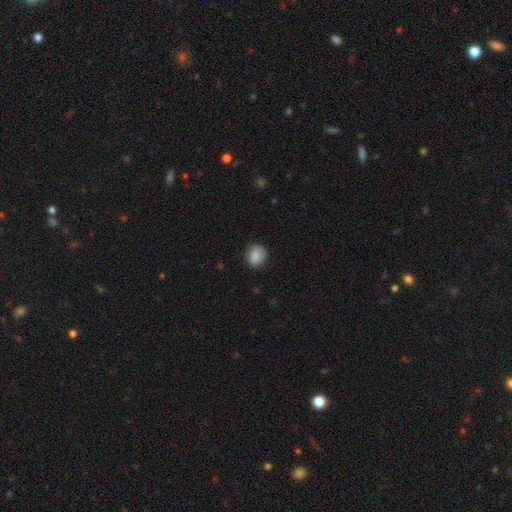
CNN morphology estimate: type=smooth (87%); roundness=round (56%); merging=none (76%).